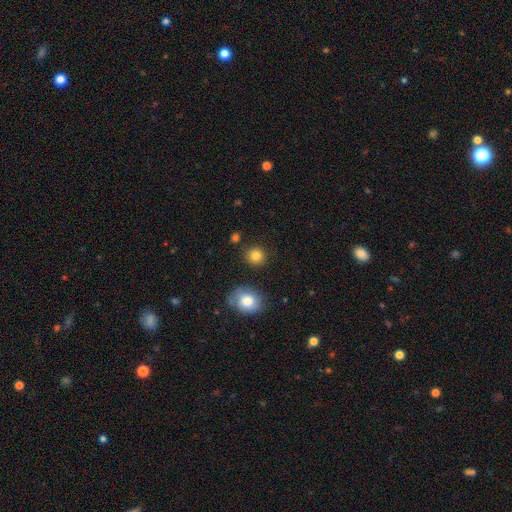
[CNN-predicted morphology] smooth_or_featured: smooth (p=0.83) [alt: star or artifact p=0.11]
how_rounded: round (p=0.88) [alt: in between p=0.11]
merging: none (p=0.86) [alt: minor disturbance p=0.08]